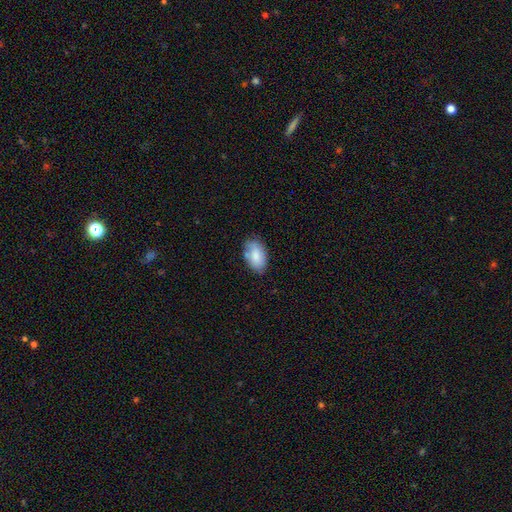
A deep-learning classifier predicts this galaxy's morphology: smooth 81%, featured or disk 12%, star or artifact 7%. Down the decision tree: how rounded — in between (94%); merging — none (71%).